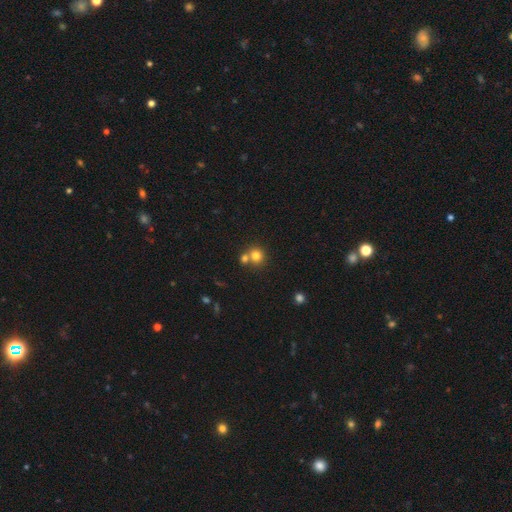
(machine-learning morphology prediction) Smooth or featured? smooth (78%)
How rounded? round (88%)
Merging? none (54%)